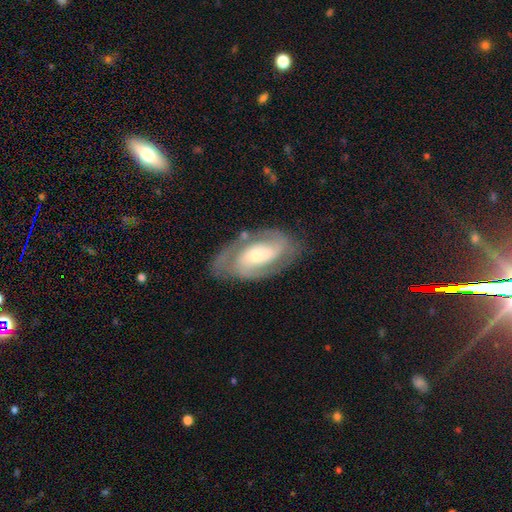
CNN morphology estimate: featured or disk 80%, smooth 14%, star or artifact 5%. Down the decision tree: edge-on disk — no (95%); bar — no (56%); spiral arms — yes (90%); spiral arm count — 2 (74%); spiral winding — tight (46%); bulge size — small (51%); merging — none (73%).